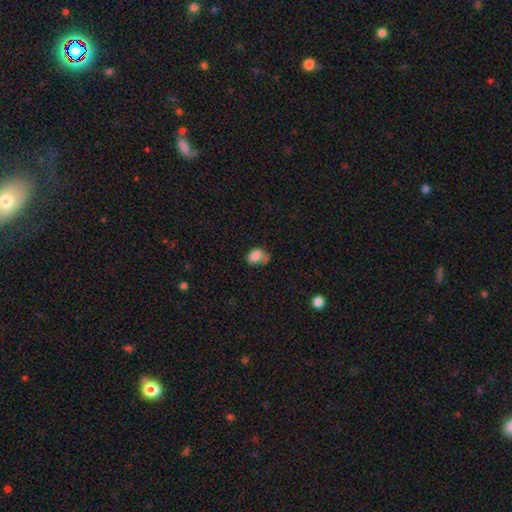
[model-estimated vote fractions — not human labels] A smooth galaxy with no disk features (83%) that is in between round and cigar-shaped (77%).

Vote fractions:
- Smooth or featured? smooth: 83% / star or artifact: 10% / featured or disk: 8%
- How rounded? in between: 77% / round: 22% / cigar-shaped: 1%
- Merging? none: 41% / minor disturbance: 29% / merger: 16% / major disturbance: 14%